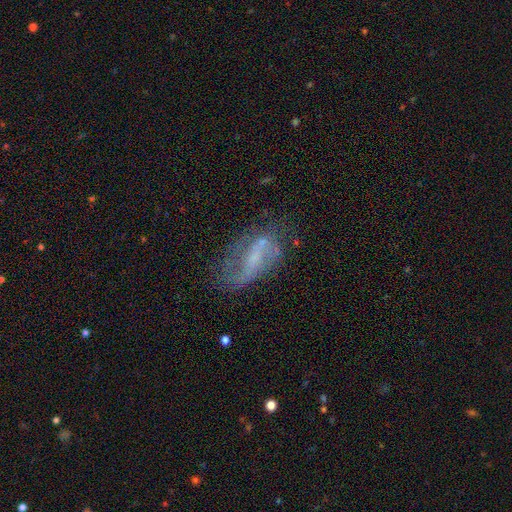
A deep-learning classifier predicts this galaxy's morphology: Smooth or featured?
  - featured or disk: 67% *
  - smooth: 24%
  - star or artifact: 9%
Edge-on disk?
  - no: 93% *
  - yes: 7%
Bar?
  - weak: 42% *
  - no: 35%
  - strong: 22%
Spiral arms?
  - yes: 71% *
  - no: 29%
Bulge size?
  - small: 43% *
  - none: 32%
  - moderate: 20%
  - large: 3%
  - dominant: 1%
Merging?
  - none: 48% *
  - minor disturbance: 24%
  - major disturbance: 22%
  - merger: 5%